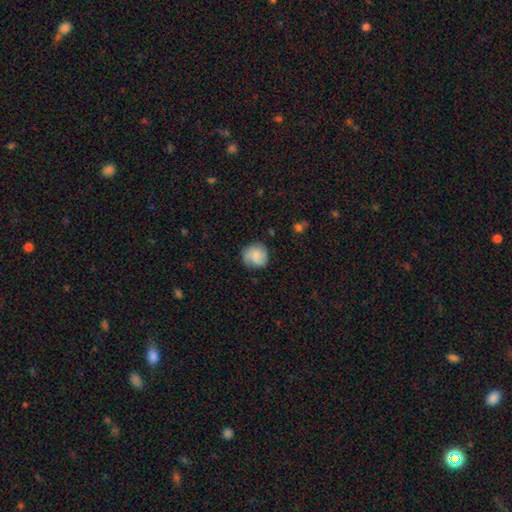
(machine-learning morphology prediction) A smooth galaxy with no disk features (72%) that is round (86%). Merging: none (70%).